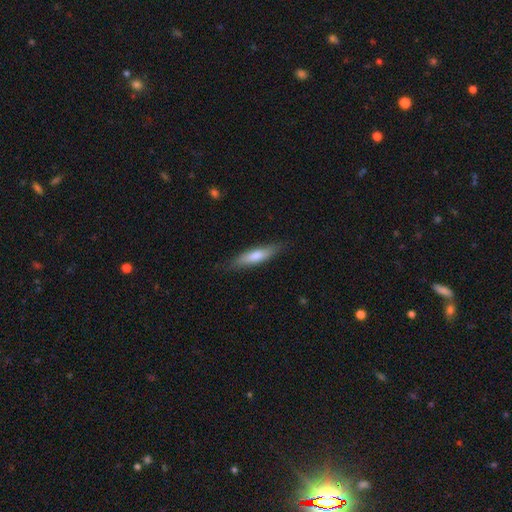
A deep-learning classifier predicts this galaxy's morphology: Overall: smooth (65%; featured or disk 29%). How rounded: cigar-shaped (80%). Merging: none (84%).